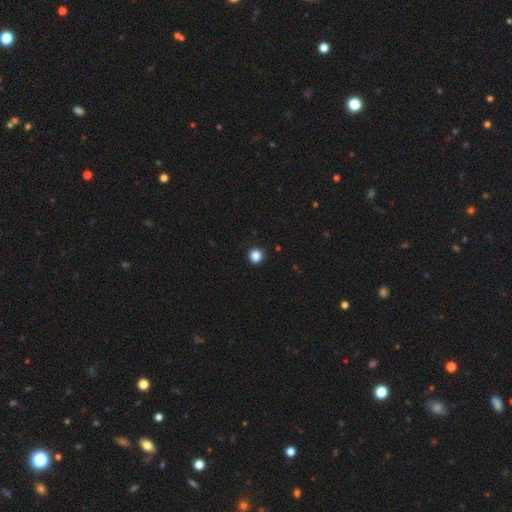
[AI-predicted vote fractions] Morphology: type=smooth (85%); roundness=round (96%); merging=none (94%).